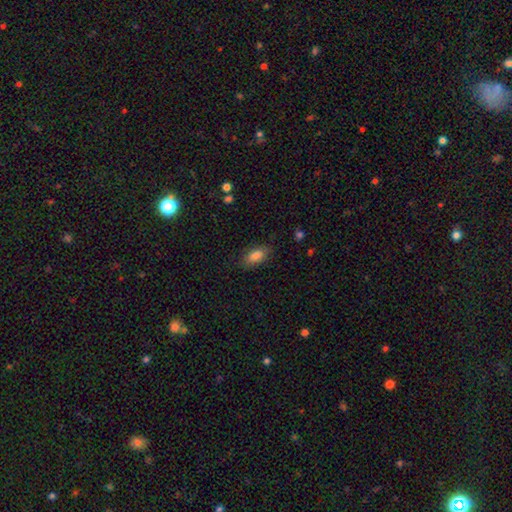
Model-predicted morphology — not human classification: Overall: smooth (86%). How rounded: in between (88%). Merging: none (82%).